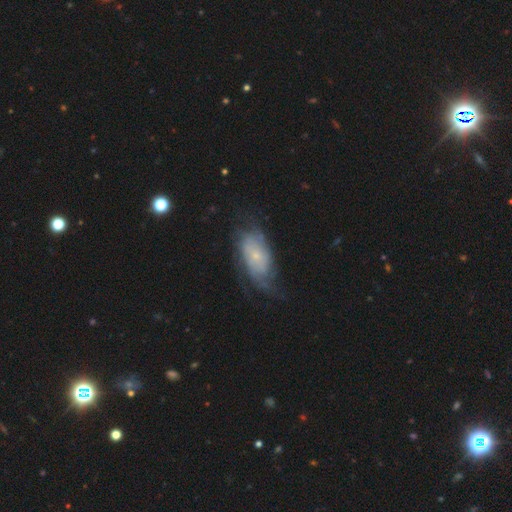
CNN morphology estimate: This appears to be a featured or disk galaxy (63%) with no bar (76%), spiral arms (80%) and a small central bulge (75%). Merging: none (54%).